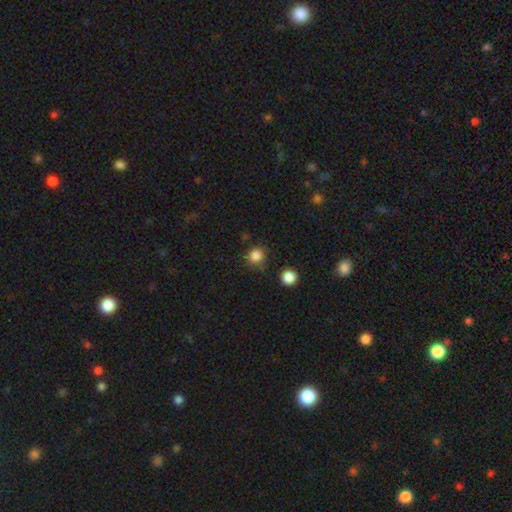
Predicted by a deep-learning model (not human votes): This appears to be a smooth galaxy with no disk features (83%) that is round (88%). Merging: none (79%).